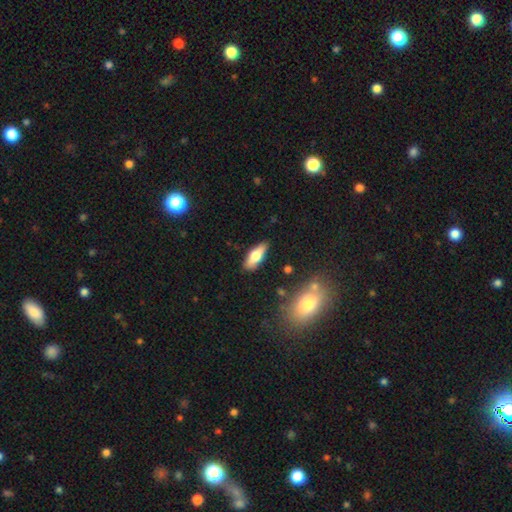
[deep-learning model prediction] This appears to be a smooth galaxy with no disk features (64%) that is in between round and cigar-shaped (64%). Merging: none (84%).